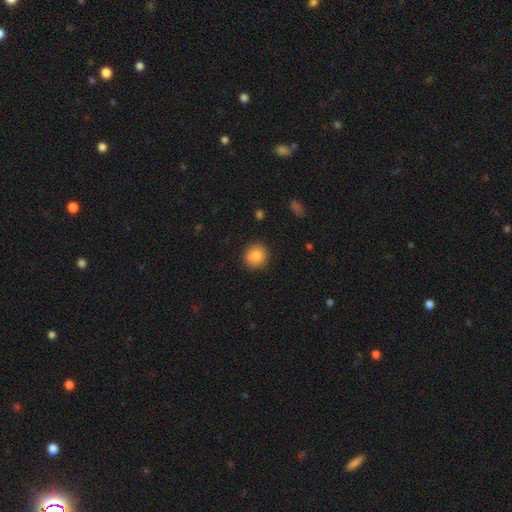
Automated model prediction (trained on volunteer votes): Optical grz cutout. It shows a smooth galaxy with no disk features (83%) that is round (91%). Merging: none (86%).